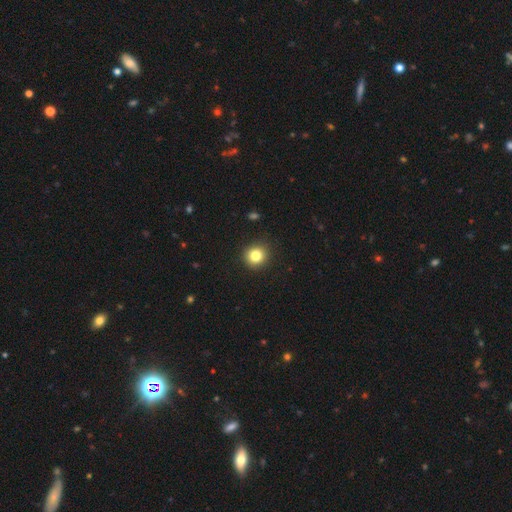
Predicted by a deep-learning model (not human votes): smooth-or-featured: smooth: 82% | star or artifact: 11% | featured or disk: 6%
  how-rounded: round: 90% | in between: 9% | cigar-shaped: 1%
  merging: none: 90% | minor disturbance: 7% | major disturbance: 2% | merger: 1%